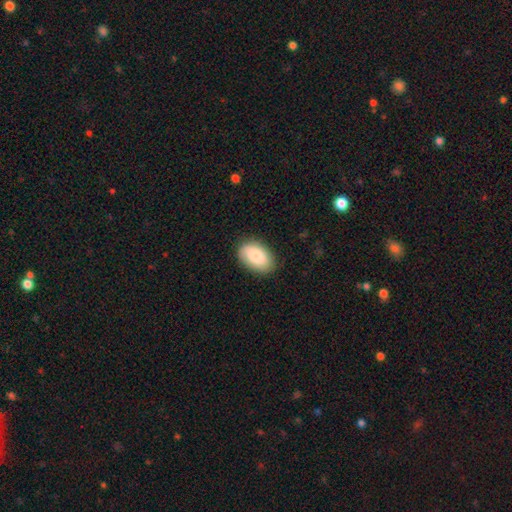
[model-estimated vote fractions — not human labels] smooth 83%, featured or disk 11%, star or artifact 6%. Down the decision tree: how rounded — in between (92%); merging — none (84%).